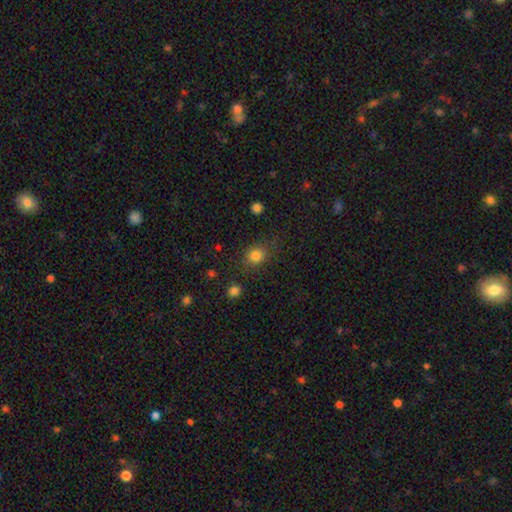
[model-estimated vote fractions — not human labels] smooth_or_featured: smooth (p=0.81) [alt: star or artifact p=0.13]
how_rounded: round (p=0.71) [alt: in between p=0.28]
merging: none (p=0.78) [alt: minor disturbance p=0.14]